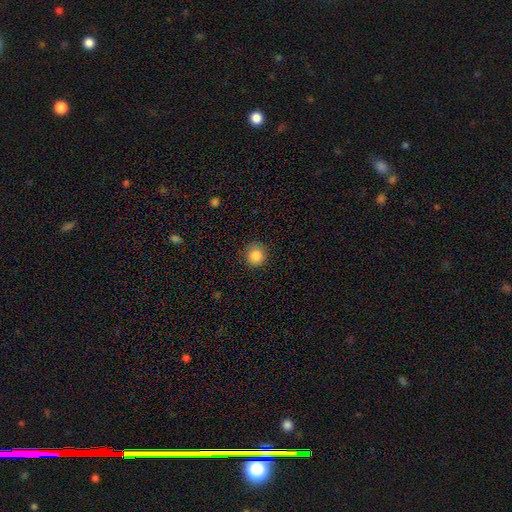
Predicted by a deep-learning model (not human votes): Overall: smooth (86%). How rounded: round (92%). Merging: none (86%).